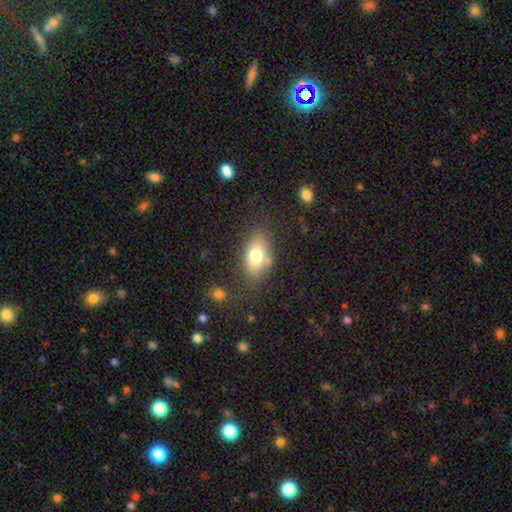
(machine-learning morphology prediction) type=smooth (73%); roundness=in between (87%); merging=none (69%).